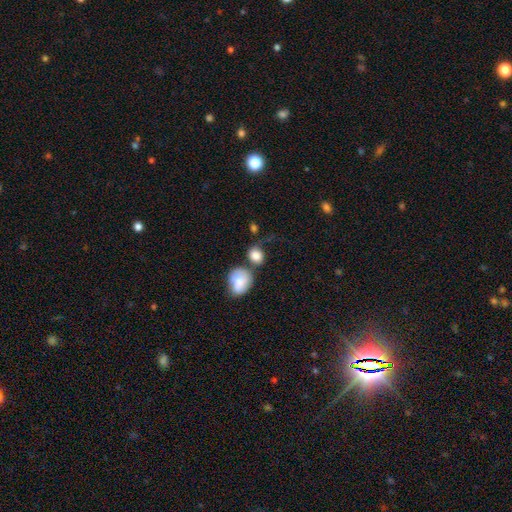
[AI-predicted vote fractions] Smooth or featured: smooth — 83% (featured or disk — 9%)
How rounded: round — 63% (in between — 36%)
Merging: none — 43% (merger — 25%)